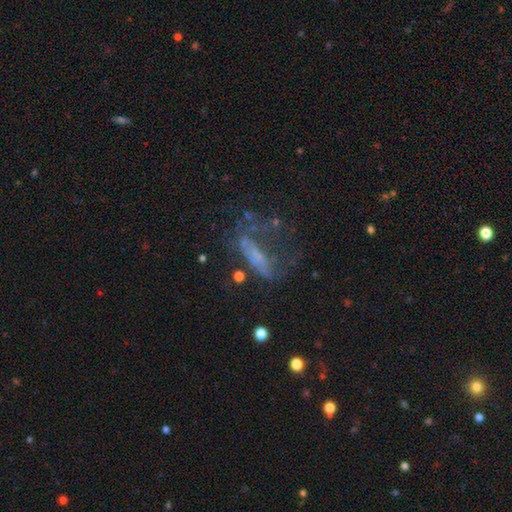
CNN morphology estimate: smooth_or_featured: featured or disk (p=0.47) [alt: smooth p=0.31]
merging: major disturbance (p=0.43) [alt: none p=0.31]